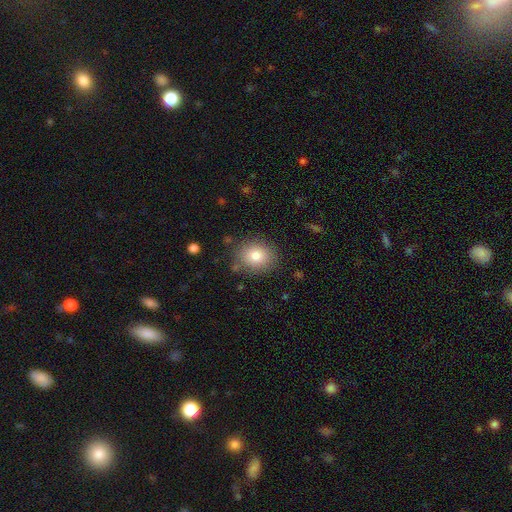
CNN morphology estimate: This is clearly a smooth galaxy (81%). How rounded: likely round (68%). Merging: clearly none (84%).